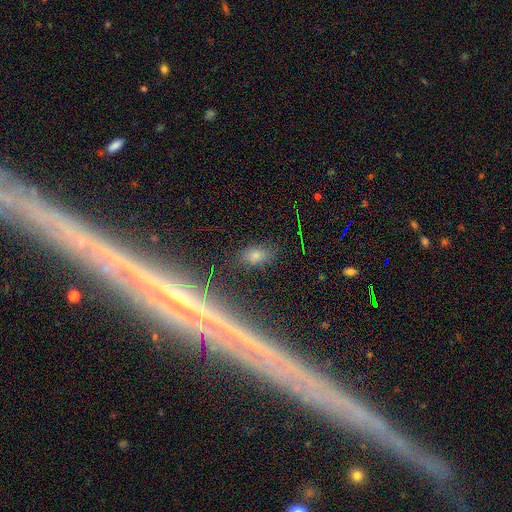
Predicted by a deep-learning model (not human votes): Q: Smooth or featured?
A: smooth (67%); runner-up: star or artifact (23%)
Q: How rounded?
A: in between (84%); runner-up: round (13%)
Q: Merging?
A: none (79%); runner-up: minor disturbance (13%)